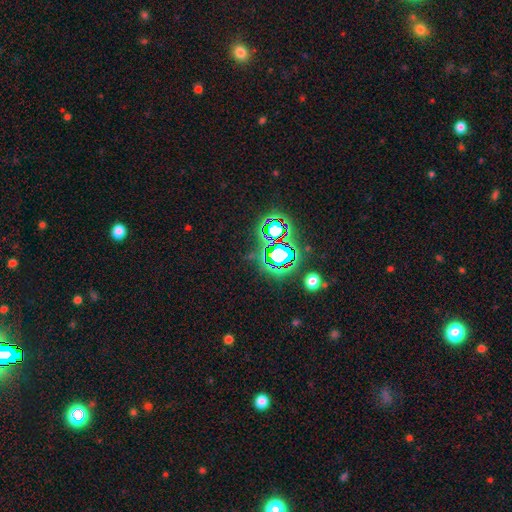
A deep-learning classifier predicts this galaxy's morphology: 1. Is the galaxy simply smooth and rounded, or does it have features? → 79% star or artifact, 13% smooth, 8% featured or disk.